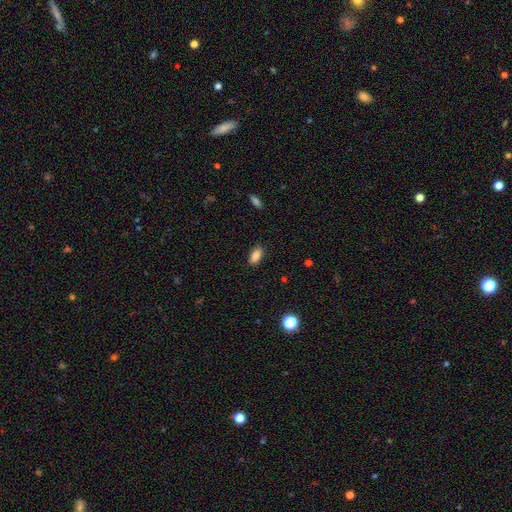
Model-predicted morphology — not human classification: Smooth or featured?
  - smooth: 85% *
  - star or artifact: 9%
  - featured or disk: 6%
How rounded?
  - in between: 88% *
  - cigar-shaped: 9%
  - round: 4%
Merging?
  - none: 88% *
  - minor disturbance: 9%
  - major disturbance: 2%
  - merger: 1%